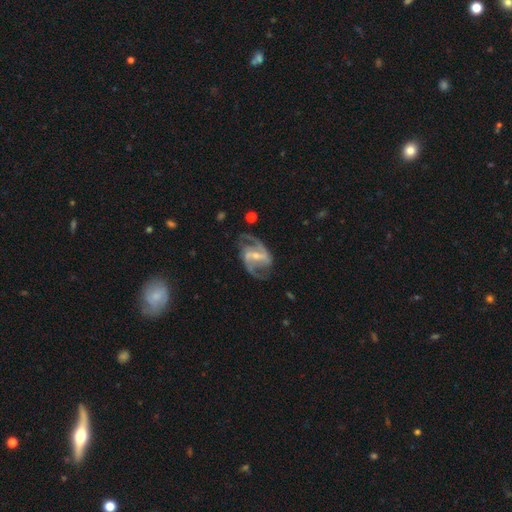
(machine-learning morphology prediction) The model was most divided on "bulge size": small: 55%, moderate: 40%, none: 3%, large: 2%, dominant: 1%. More confident: edge-on disk — no (97%); spiral arms — yes (97%); smooth or featured — featured or disk (91%); spiral arm count — 2 (88%); merging — none (73%); spiral winding — medium (54%); bar — strong (54%).